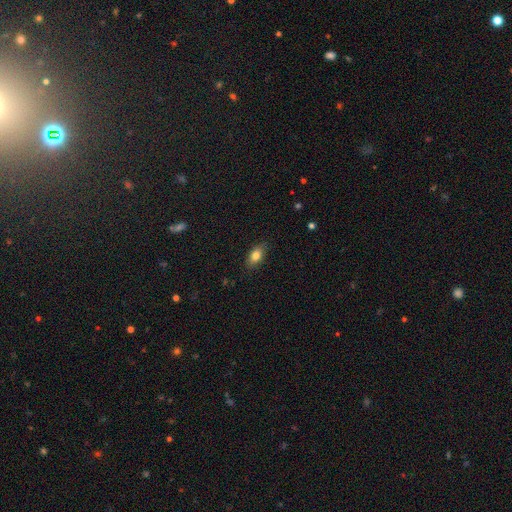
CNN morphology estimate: This is clearly a smooth galaxy (80%). How rounded: clearly in between (86%). Merging: clearly none (85%).